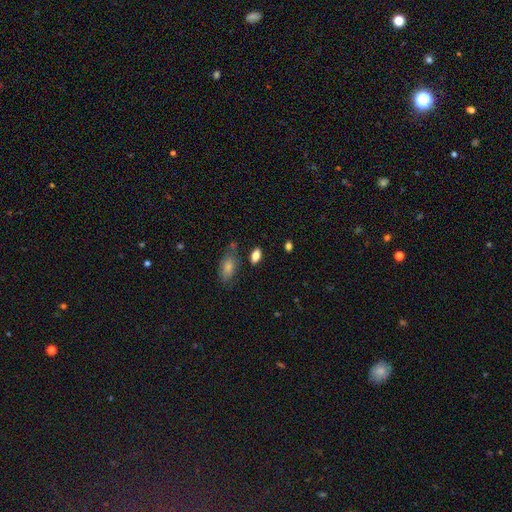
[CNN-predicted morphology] This is clearly a smooth galaxy (83%). How rounded: clearly in between (90%). Merging: likely none (77%).